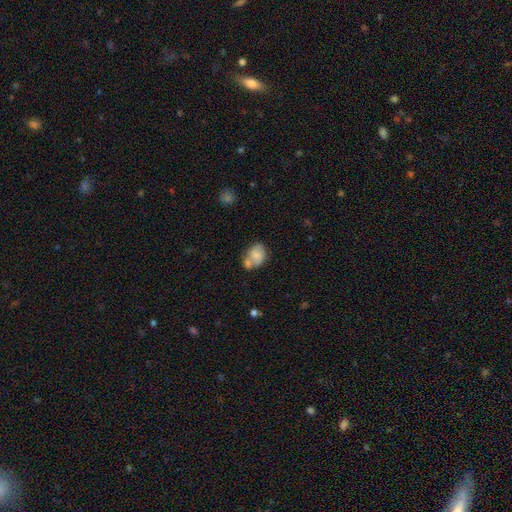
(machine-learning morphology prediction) type=smooth (69%); roundness=in between (61%); merging=merger (38%).